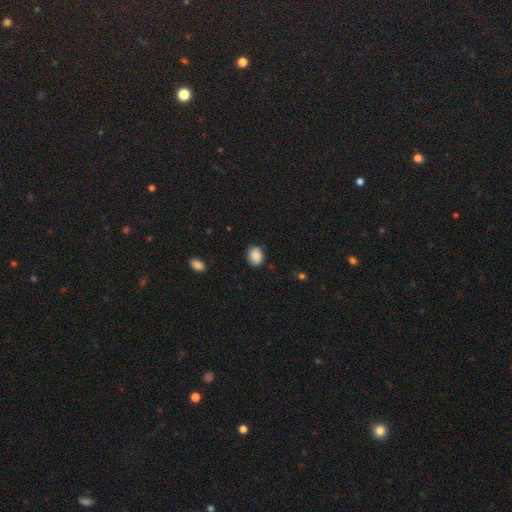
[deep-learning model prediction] Smooth or featured? smooth (88%)
How rounded? in between (65%)
Merging? none (82%)